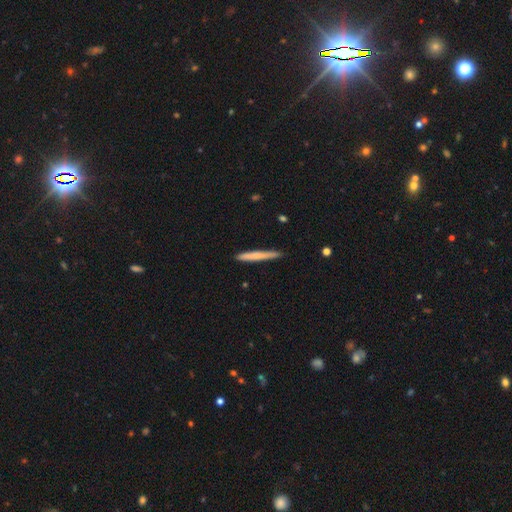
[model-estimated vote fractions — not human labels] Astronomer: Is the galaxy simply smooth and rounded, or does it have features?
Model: smooth — 68%.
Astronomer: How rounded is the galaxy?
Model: cigar-shaped — 96%.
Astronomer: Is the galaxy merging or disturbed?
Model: none — 87%.